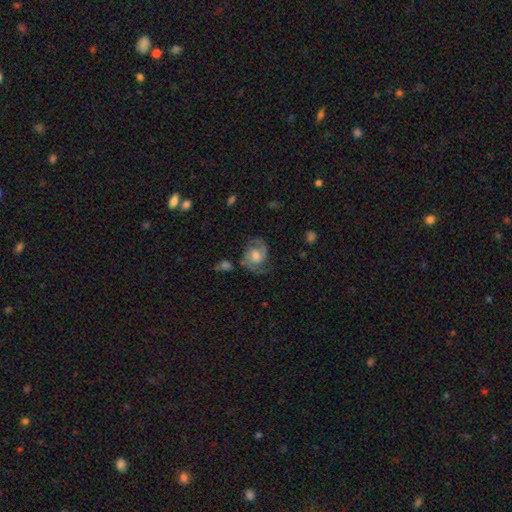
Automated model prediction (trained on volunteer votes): This appears to be a featured or disk galaxy (81%) with no bar (58%), 2 (89%) medium (52%) spiral arms (96%) and a moderate central bulge (57%). Merging: none (70%).